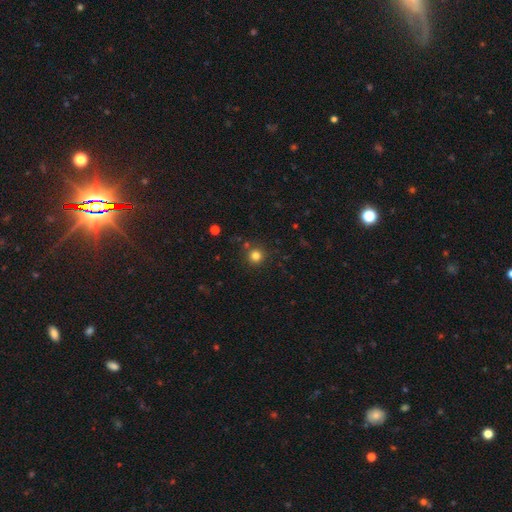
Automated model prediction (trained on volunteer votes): The model was most divided on "smooth or featured": smooth: 80%, star or artifact: 15%, featured or disk: 5%. More confident: how rounded — round (94%); merging — none (84%).